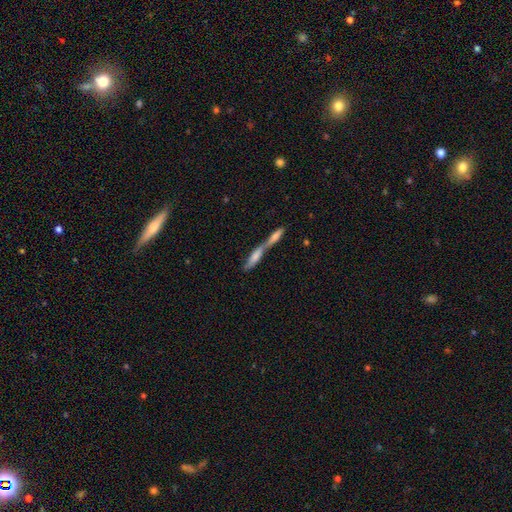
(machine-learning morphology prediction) Q: Smooth or featured?
A: smooth (54%); runner-up: featured or disk (37%)
Q: How rounded?
A: cigar-shaped (74%); runner-up: in between (23%)
Q: Merging?
A: merger (75%); runner-up: none (16%)